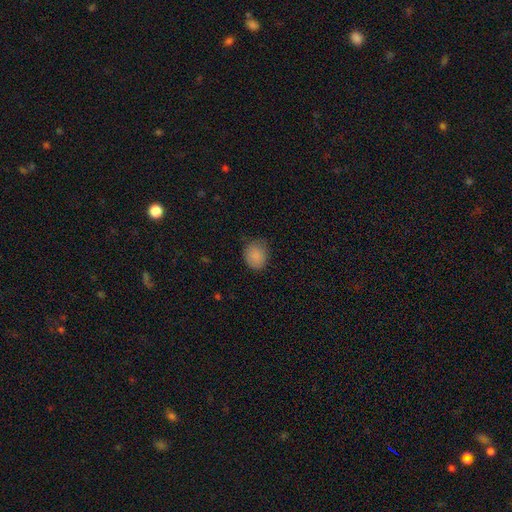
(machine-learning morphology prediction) smooth_or_featured: smooth (p=0.87) [alt: star or artifact p=0.09]
how_rounded: round (p=0.58) [alt: in between p=0.41]
merging: none (p=0.67) [alt: minor disturbance p=0.26]